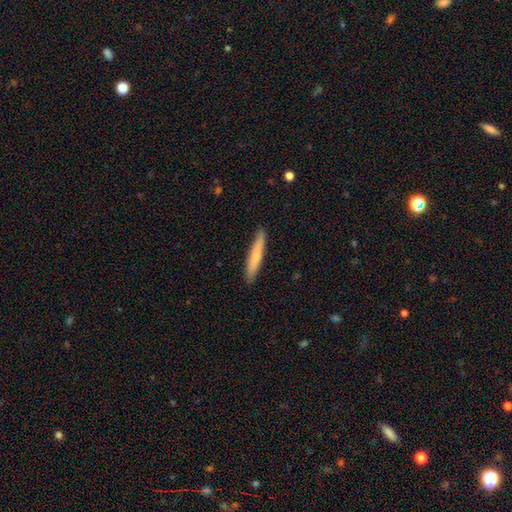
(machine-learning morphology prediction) Smooth or featured? Predicted: smooth (p=0.65). How rounded? Predicted: cigar-shaped (p=0.92). Merging? Predicted: none (p=0.88).